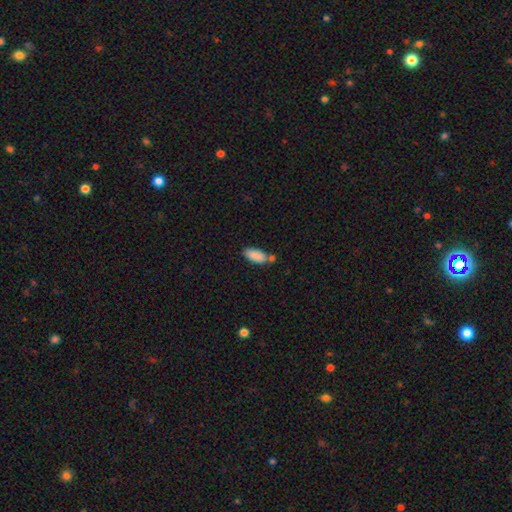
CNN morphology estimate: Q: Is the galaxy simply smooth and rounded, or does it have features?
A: smooth — 88%.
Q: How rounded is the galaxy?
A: in between — 87%.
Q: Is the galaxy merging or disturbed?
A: none — 59%.